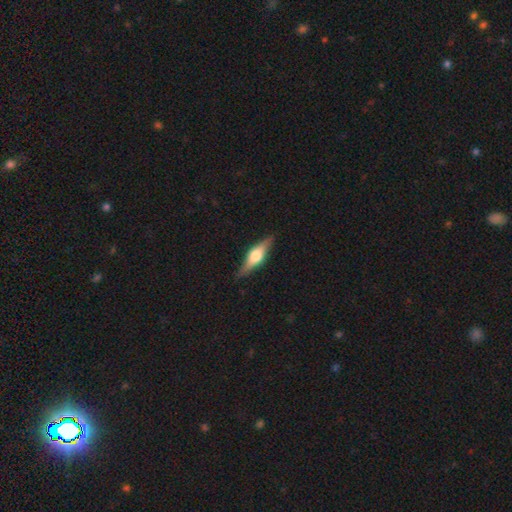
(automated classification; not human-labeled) The model was most divided on "smooth or featured": featured or disk: 64%, smooth: 30%, star or artifact: 6%. More confident: edge-on disk — yes (95%); edge-on bulge — rounded (89%); merging — none (85%).